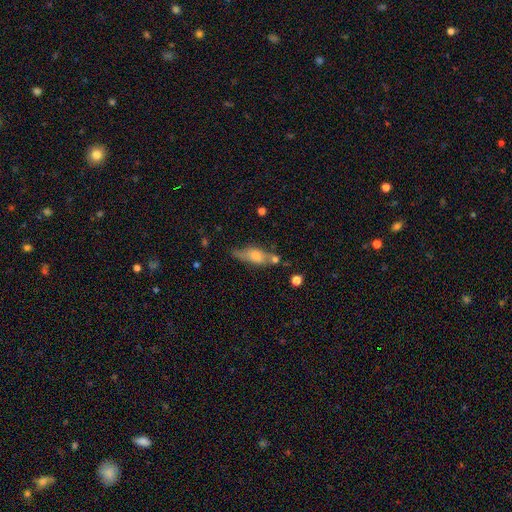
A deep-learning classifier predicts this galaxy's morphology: Smooth or featured? smooth (47%)
Merging? none (55%)